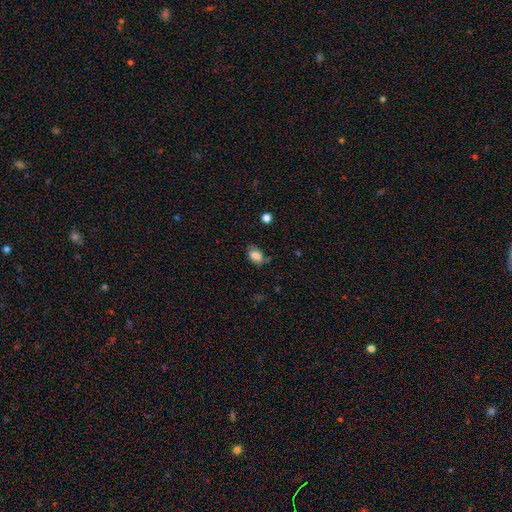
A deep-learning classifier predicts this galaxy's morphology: smooth_or_featured: smooth (p=0.79) [alt: featured or disk p=0.12]
how_rounded: in between (p=0.86) [alt: round p=0.12]
merging: none (p=0.62) [alt: minor disturbance p=0.26]